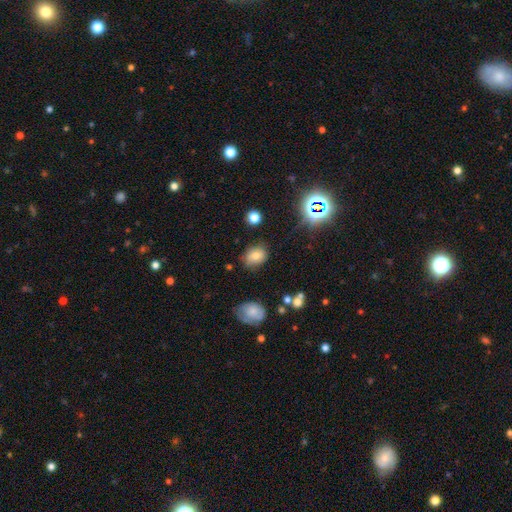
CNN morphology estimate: Q: Smooth or featured?
A: smooth (73%); runner-up: star or artifact (15%)
Q: How rounded?
A: in between (56%); runner-up: round (42%)
Q: Merging?
A: none (74%); runner-up: minor disturbance (19%)